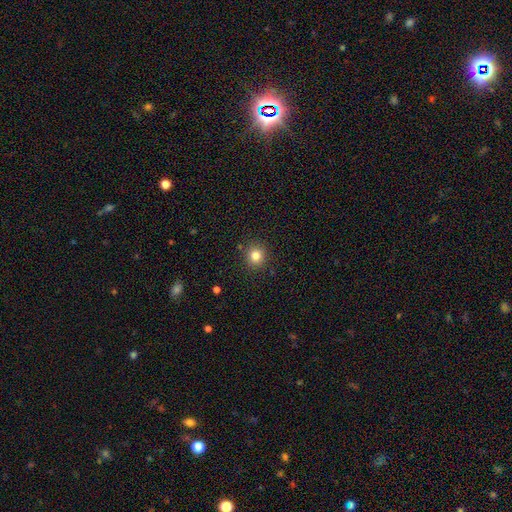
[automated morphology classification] smooth_or_featured: smooth (p=0.81) [alt: star or artifact p=0.13]
how_rounded: round (p=0.91) [alt: in between p=0.08]
merging: none (p=0.89) [alt: minor disturbance p=0.07]